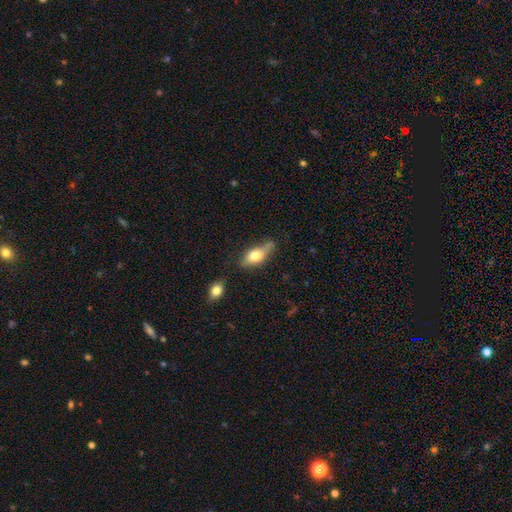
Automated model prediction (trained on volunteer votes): Smooth or featured?
  - smooth: 68% *
  - featured or disk: 25%
  - star or artifact: 8%
How rounded?
  - in between: 76% *
  - cigar-shaped: 16%
  - round: 7%
Merging?
  - none: 48% *
  - minor disturbance: 32%
  - major disturbance: 12%
  - merger: 9%